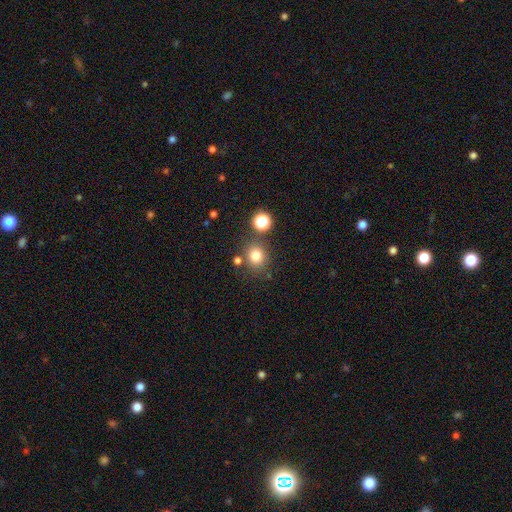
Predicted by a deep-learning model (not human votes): A smooth galaxy with no disk features (79%) that is round (79%).

Vote fractions:
- Smooth or featured? smooth: 79% / star or artifact: 14% / featured or disk: 7%
- How rounded? round: 79% / in between: 20% / cigar-shaped: 1%
- Merging? none: 76% / minor disturbance: 11% / merger: 9% / major disturbance: 4%